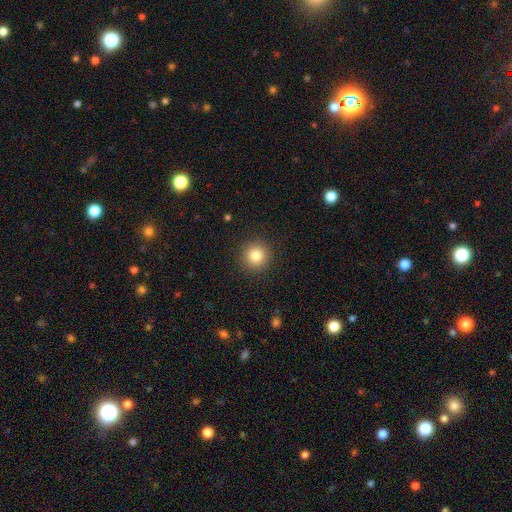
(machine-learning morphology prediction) smooth 84%, star or artifact 11%, featured or disk 6%. Down the decision tree: how rounded — round (95%); merging — none (92%).